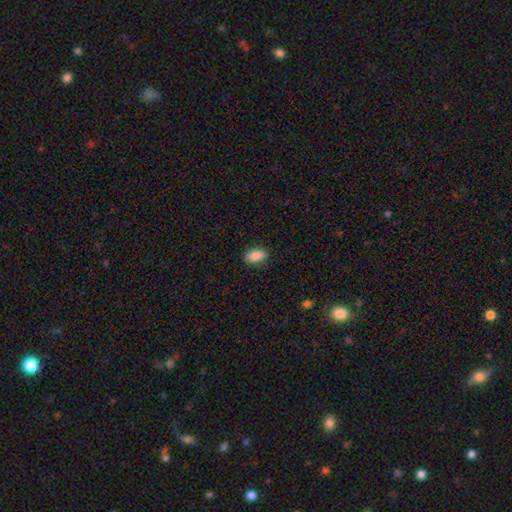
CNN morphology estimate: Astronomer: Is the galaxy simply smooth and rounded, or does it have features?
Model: smooth — 86%.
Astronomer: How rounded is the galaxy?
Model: in between — 91%.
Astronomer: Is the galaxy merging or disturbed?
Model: none — 85%.